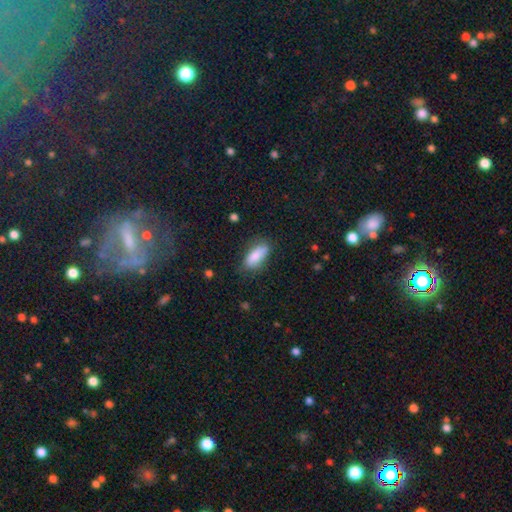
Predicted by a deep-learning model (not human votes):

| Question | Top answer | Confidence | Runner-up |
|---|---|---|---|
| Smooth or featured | smooth | 84% | featured or disk (9%) |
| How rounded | in between | 76% | cigar-shaped (22%) |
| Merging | none | 76% | minor disturbance (18%) |